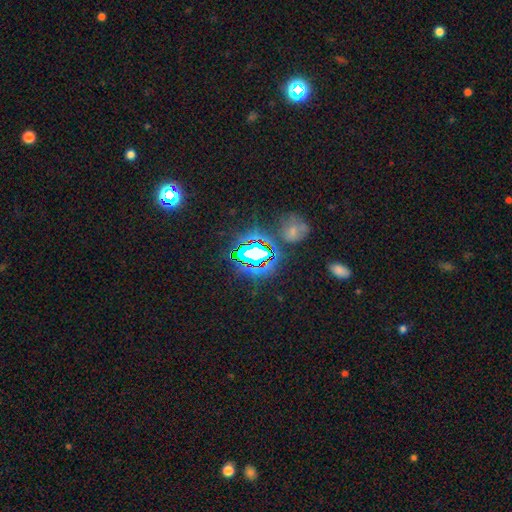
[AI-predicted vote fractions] This appears to be a star or artifact, not a galaxy (71%).